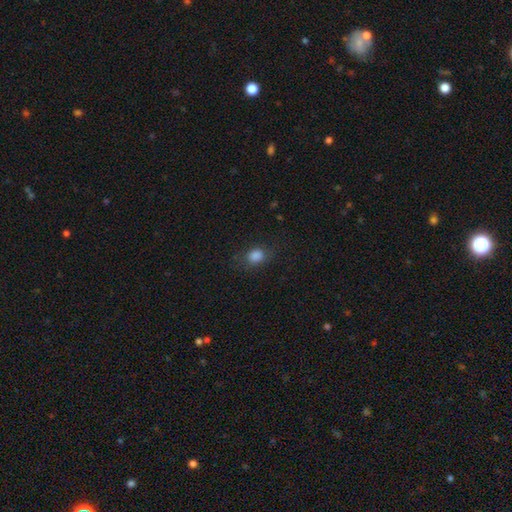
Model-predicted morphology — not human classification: A smooth galaxy with no disk features (82%) that is in between round and cigar-shaped (54%).

Vote fractions:
- Smooth or featured? smooth: 82% / star or artifact: 12% / featured or disk: 6%
- How rounded? in between: 54% / round: 45% / cigar-shaped: 2%
- Merging? none: 74% / minor disturbance: 17% / major disturbance: 8% / merger: 1%